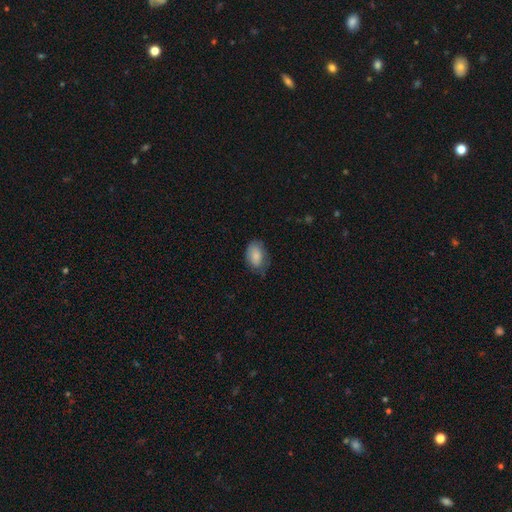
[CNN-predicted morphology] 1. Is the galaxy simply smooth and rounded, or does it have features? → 83% smooth, 10% featured or disk, 7% star or artifact.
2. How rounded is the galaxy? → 89% in between, 9% round, 1% cigar-shaped.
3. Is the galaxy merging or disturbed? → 64% none, 27% minor disturbance, 7% major disturbance, 1% merger.